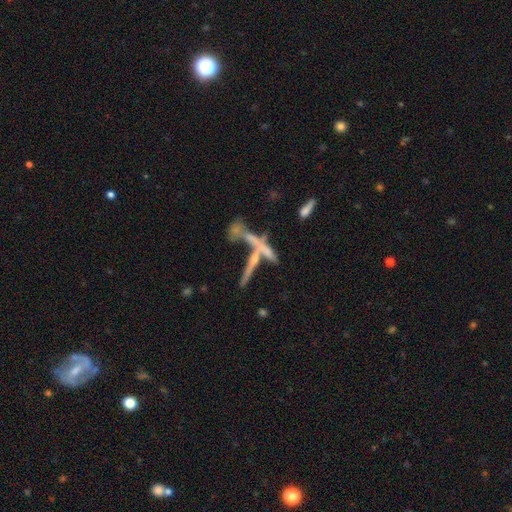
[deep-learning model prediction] A featured or disk galaxy (58%) viewed edge-on (67%). Merging: merger (43%).